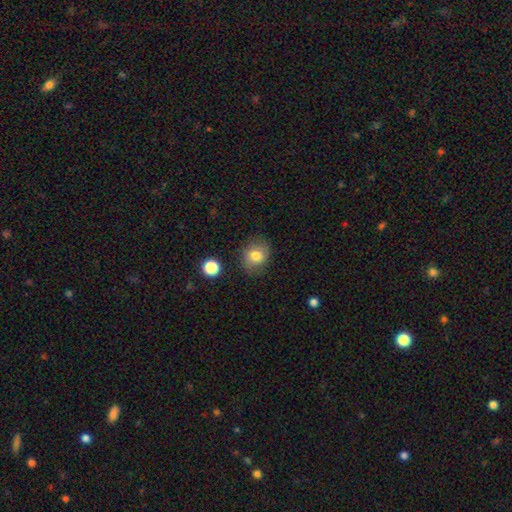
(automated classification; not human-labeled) A smooth galaxy with no disk features (77%) that is round (64%). Merging: none (79%).